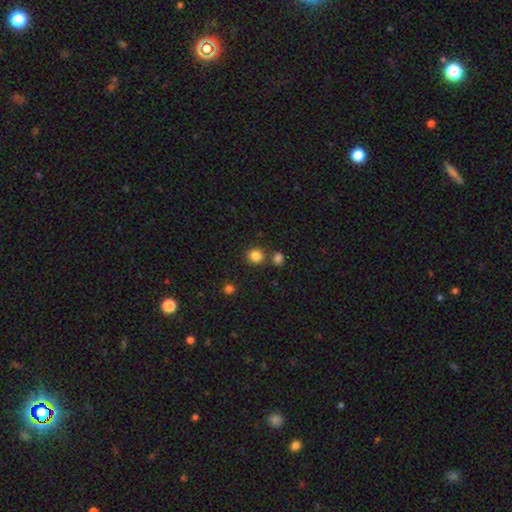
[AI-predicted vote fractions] Q: Smooth or featured?
A: smooth (84%); runner-up: star or artifact (12%)
Q: How rounded?
A: round (87%); runner-up: in between (12%)
Q: Merging?
A: none (76%); runner-up: merger (13%)